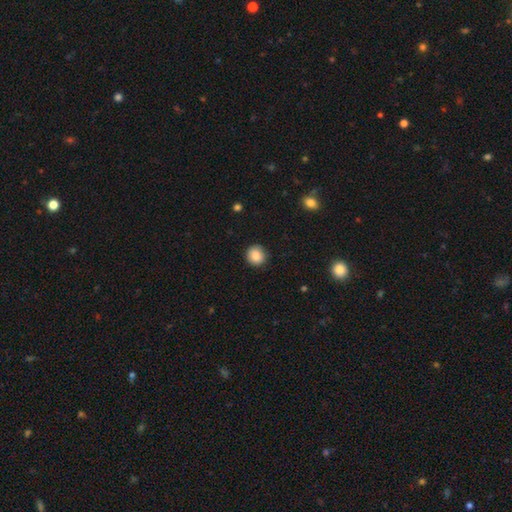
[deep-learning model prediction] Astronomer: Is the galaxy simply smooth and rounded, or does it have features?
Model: smooth — 85%.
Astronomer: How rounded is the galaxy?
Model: round — 93%.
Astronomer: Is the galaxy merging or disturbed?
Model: none — 90%.